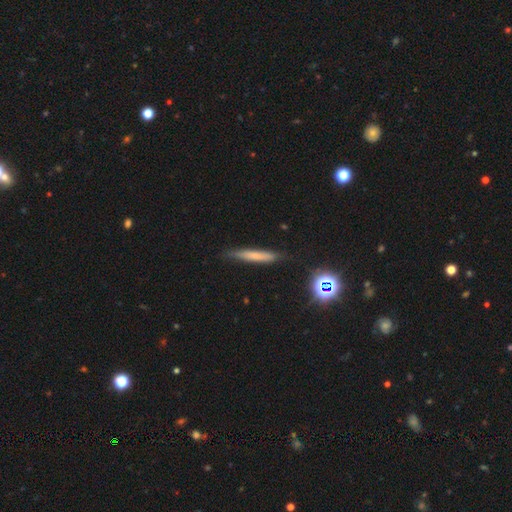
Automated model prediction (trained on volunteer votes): smooth_or_featured: smooth (p=0.61) [alt: featured or disk p=0.27]
how_rounded: cigar-shaped (p=0.92) [alt: in between p=0.06]
merging: none (p=0.82) [alt: minor disturbance p=0.13]